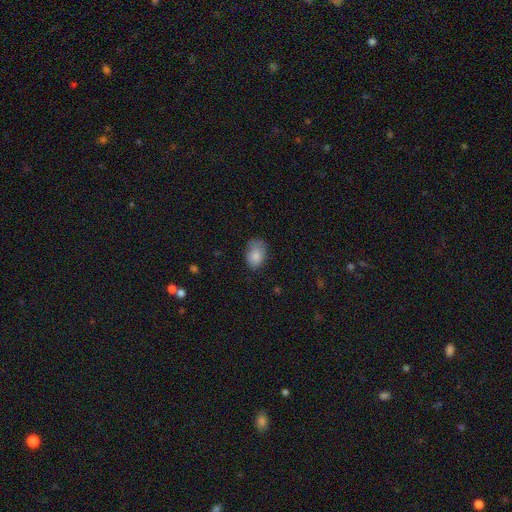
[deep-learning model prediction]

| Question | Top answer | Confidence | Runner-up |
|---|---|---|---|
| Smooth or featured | smooth | 84% | featured or disk (9%) |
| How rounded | in between | 82% | round (16%) |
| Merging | none | 61% | minor disturbance (29%) |